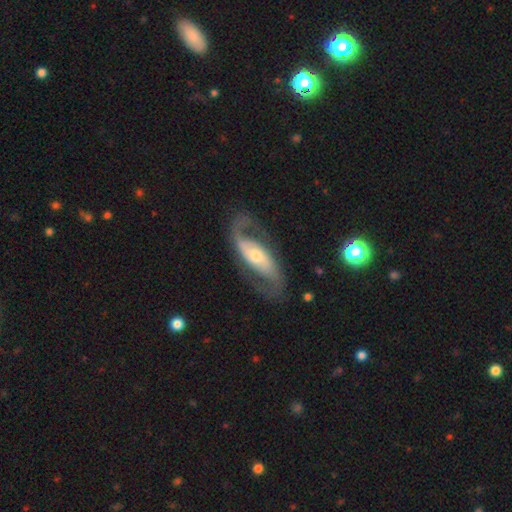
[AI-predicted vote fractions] This appears to be a featured or disk galaxy (87%) with no bar (40%), 2 (91%) medium (43%) spiral arms (95%) and a small central bulge (48%). Merging: none (75%).